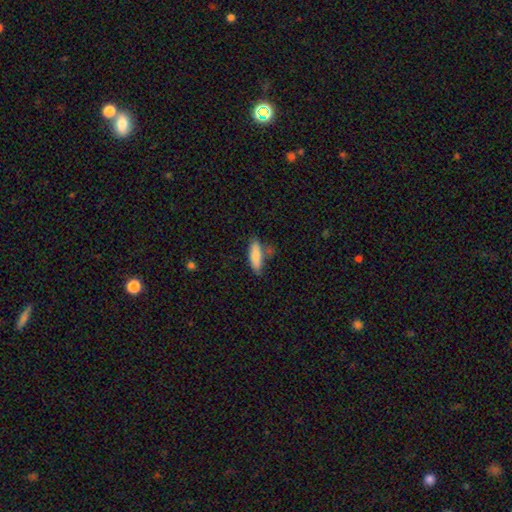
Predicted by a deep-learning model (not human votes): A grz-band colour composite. It shows a smooth galaxy with no disk features (81%) that is in between round and cigar-shaped (51%). Merging: none (66%).